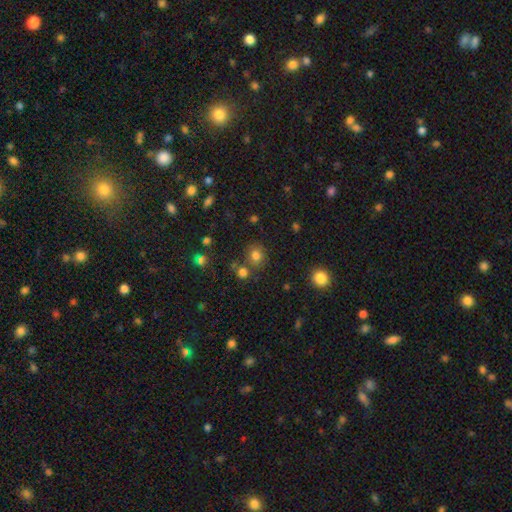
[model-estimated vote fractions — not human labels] Smooth or featured: smooth — 78% (star or artifact — 15%)
How rounded: round — 77% (in between — 22%)
Merging: none — 74% (merger — 12%)